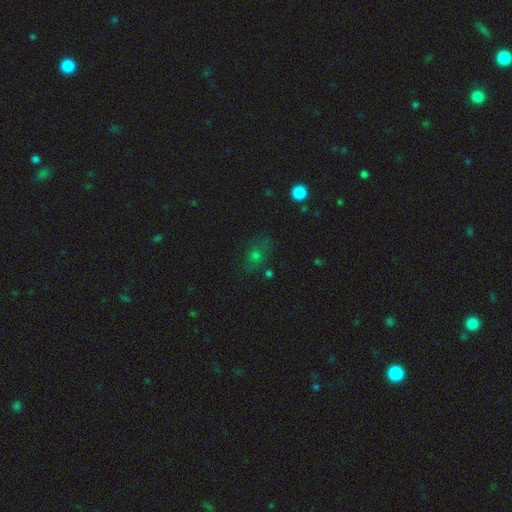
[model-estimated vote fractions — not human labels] This is possibly a smooth galaxy (47%). Merging: likely none (65%).